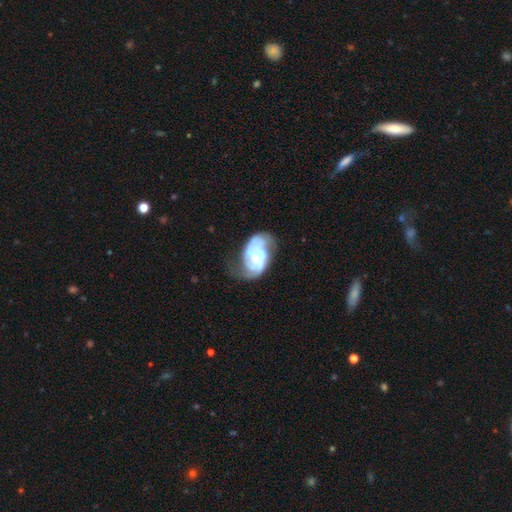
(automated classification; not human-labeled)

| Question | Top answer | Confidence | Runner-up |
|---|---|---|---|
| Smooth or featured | featured or disk | 75% | smooth (19%) |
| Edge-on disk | no | 97% | yes (3%) |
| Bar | no | 62% | weak (30%) |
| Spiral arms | yes | 83% | no (17%) |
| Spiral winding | medium | 41% | tight (35%) |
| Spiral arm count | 2 | 60% | can't tell (22%) |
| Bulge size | small | 50% | moderate (33%) |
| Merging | none | 35% | minor disturbance (26%) |